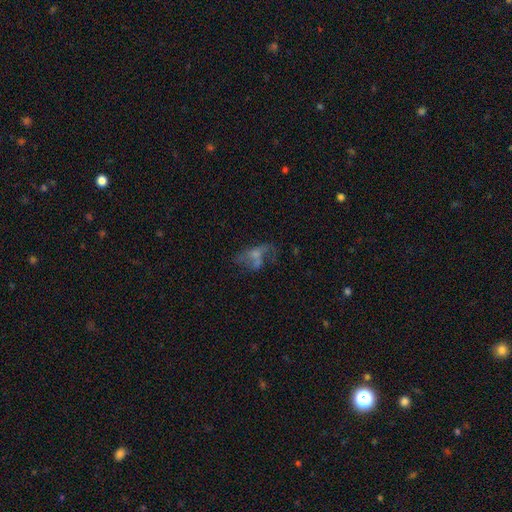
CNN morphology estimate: Smooth or featured?
  - featured or disk: 46% *
  - smooth: 39%
  - star or artifact: 15%
Merging?
  - major disturbance: 35% *
  - none: 29%
  - merger: 21%
  - minor disturbance: 16%